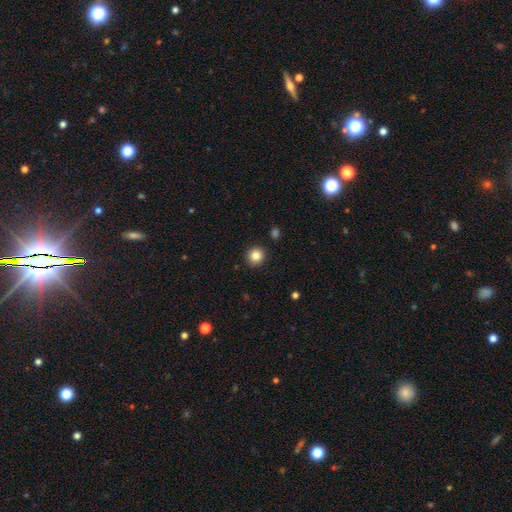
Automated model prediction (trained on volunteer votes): Smooth or featured? Predicted: smooth (p=0.84). How rounded? Predicted: round (p=0.91). Merging? Predicted: none (p=0.91).